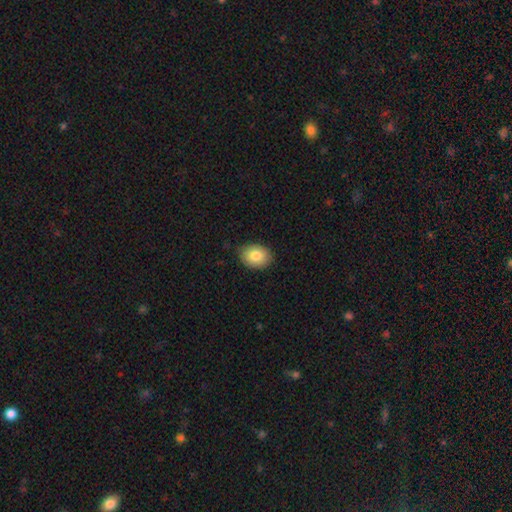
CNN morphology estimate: A smooth galaxy with no disk features (83%) that is in between round and cigar-shaped (70%). Merging: none (84%).